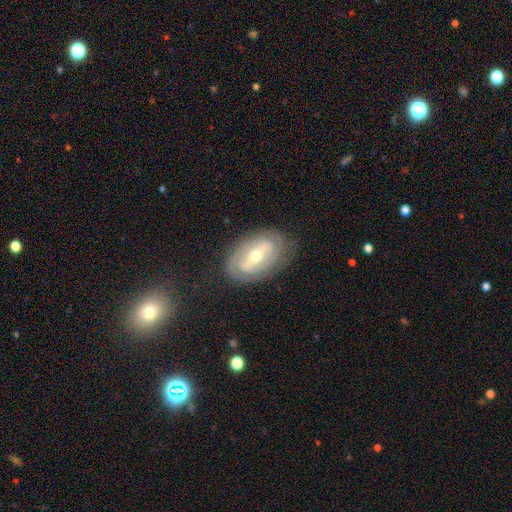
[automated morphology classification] Q: Smooth or featured?
A: featured or disk (77%); runner-up: smooth (17%)
Q: Edge-on disk?
A: no (93%); runner-up: yes (7%)
Q: Bar?
A: strong (48%); runner-up: weak (35%)
Q: Spiral arms?
A: yes (76%); runner-up: no (24%)
Q: Spiral winding?
A: tight (60%); runner-up: medium (29%)
Q: Spiral arm count?
A: 2 (60%); runner-up: can't tell (27%)
Q: Bulge size?
A: moderate (56%); runner-up: small (40%)
Q: Merging?
A: none (79%); runner-up: minor disturbance (15%)